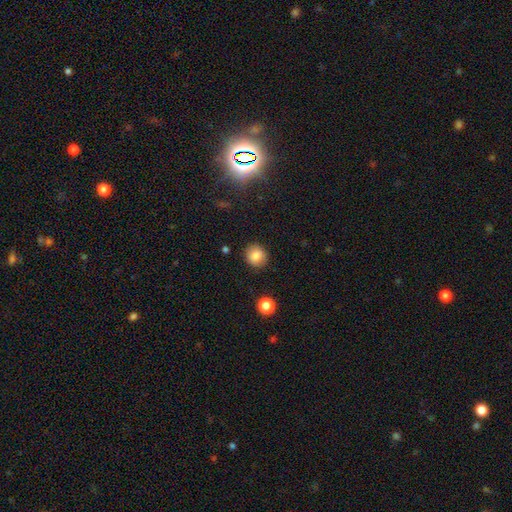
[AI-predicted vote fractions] A smooth galaxy with no disk features (85%) that is round (88%). Merging: none (89%).